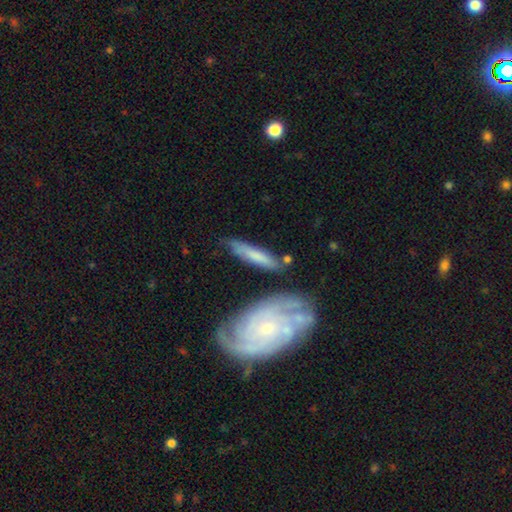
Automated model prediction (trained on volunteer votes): Smooth or featured: smooth — 47% (tied with featured or disk — 47%)
Merging: none — 74% (minor disturbance — 15%)